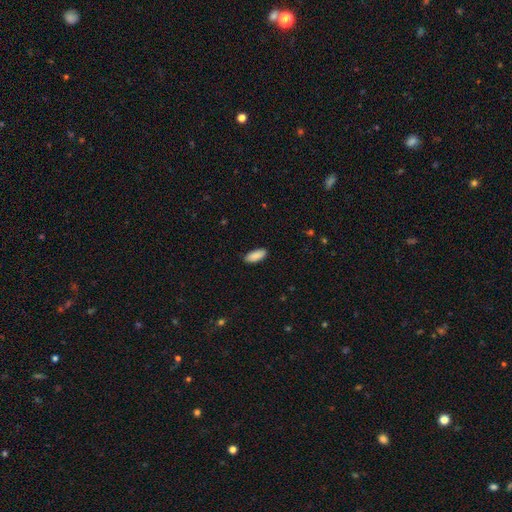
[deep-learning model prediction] Morphology: type=smooth (90%); roundness=in between (81%); merging=none (88%).